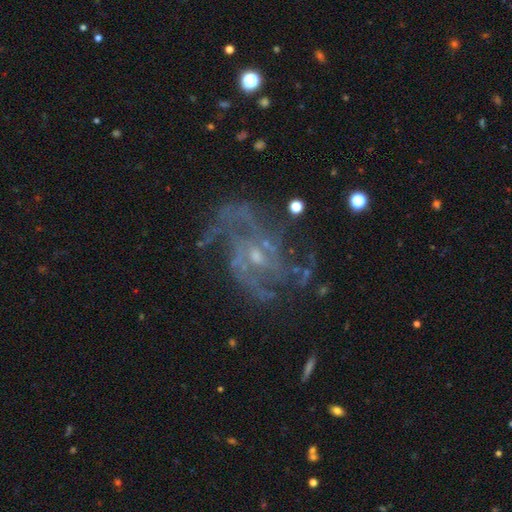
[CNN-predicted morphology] Smooth or featured? Predicted: featured or disk (p=0.86). Edge-on disk? Predicted: no (p=0.98). Bar? Predicted: no (p=0.55). Spiral arms? Predicted: yes (p=0.90). Spiral winding? Predicted: medium (p=0.47). Spiral arm count? Predicted: 2 (p=0.27). Bulge size? Predicted: small (p=0.64). Merging? Predicted: none (p=0.56).